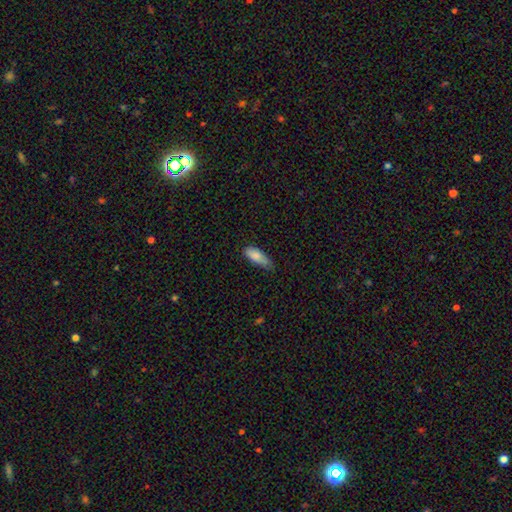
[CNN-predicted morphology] type=smooth (85%); roundness=in between (71%); merging=none (47%).